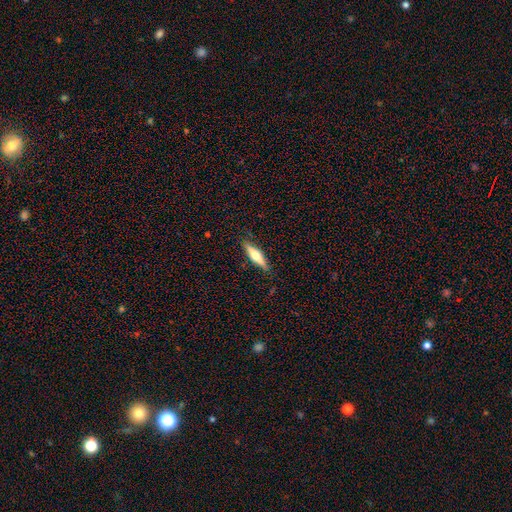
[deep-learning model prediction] A featured or disk galaxy (52%) viewed edge-on (94%). Merging: none (87%).